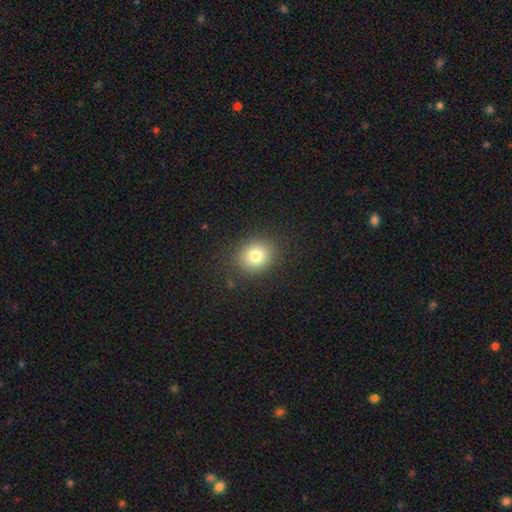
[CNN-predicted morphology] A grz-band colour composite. It shows a smooth galaxy with no disk features (80%) that is round (66%). Merging: none (87%).